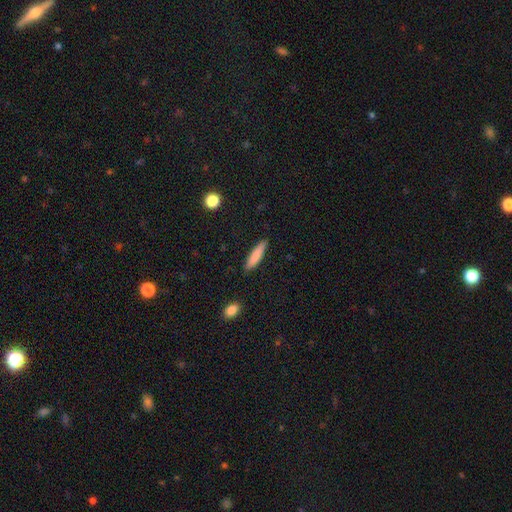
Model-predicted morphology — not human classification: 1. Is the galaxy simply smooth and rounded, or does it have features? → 82% smooth, 12% featured or disk, 6% star or artifact.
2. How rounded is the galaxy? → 83% cigar-shaped, 16% in between, 1% round.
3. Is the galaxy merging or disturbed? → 87% none, 10% minor disturbance, 2% major disturbance, 1% merger.